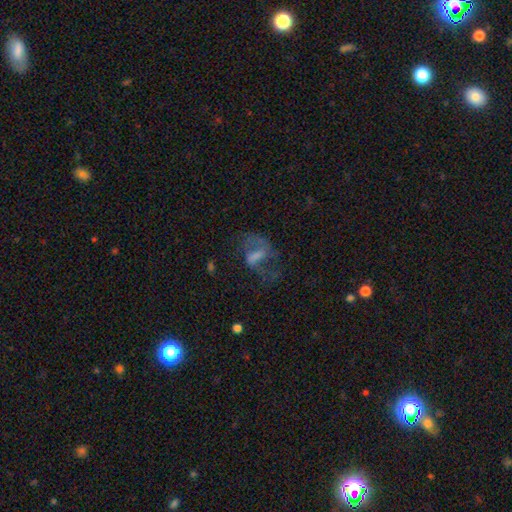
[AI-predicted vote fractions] A featured or disk galaxy (62%) with a weak bar (45%), spiral arms (73%) and no central bulge (40%). Merging: none (50%).